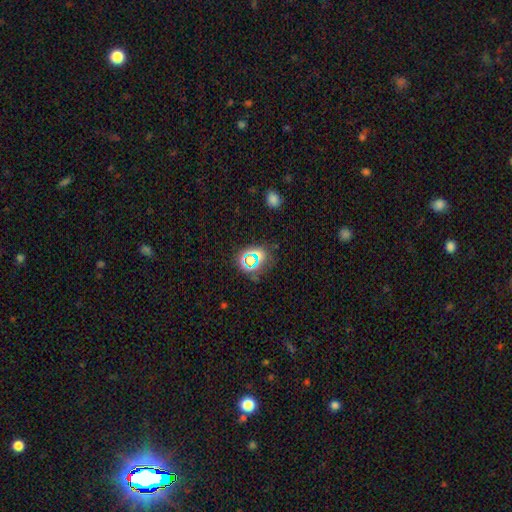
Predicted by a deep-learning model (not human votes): Smooth or featured? Predicted: star or artifact (p=0.61).